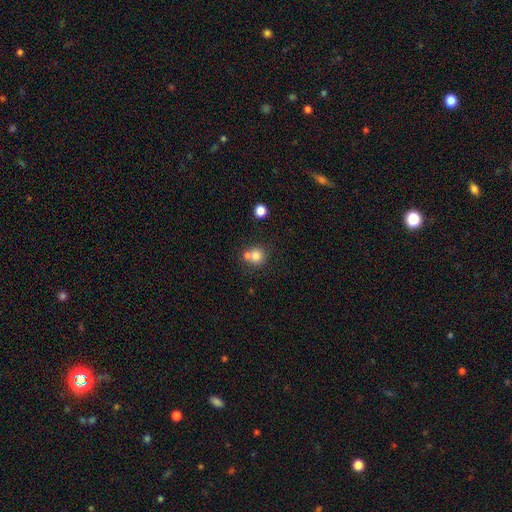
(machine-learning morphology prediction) Smooth or featured: smooth — 78% (star or artifact — 11%)
How rounded: round — 85% (in between — 14%)
Merging: none — 47% (merger — 42%)